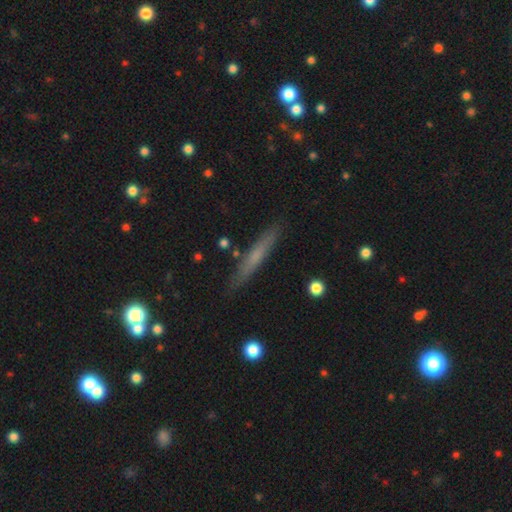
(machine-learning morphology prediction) Overall: smooth (54%; featured or disk 39%). How rounded: cigar-shaped (94%). Merging: none (86%).